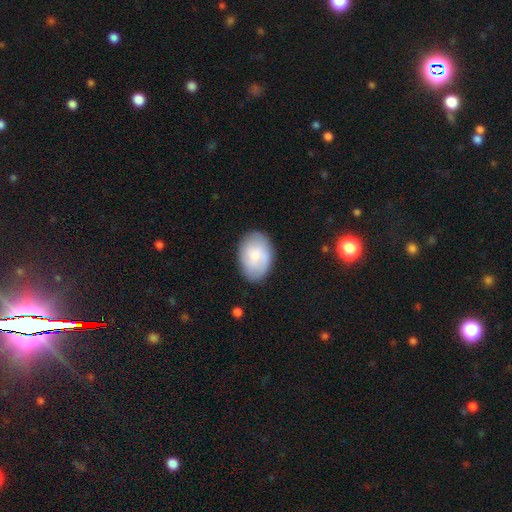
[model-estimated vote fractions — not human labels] This is likely a smooth galaxy (67%). How rounded: likely in between (80%). Merging: likely none (78%).